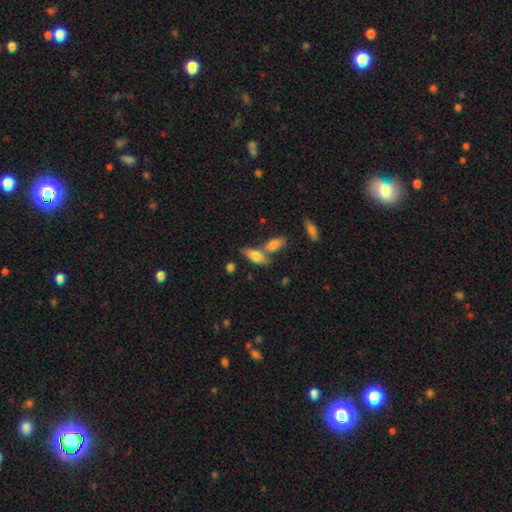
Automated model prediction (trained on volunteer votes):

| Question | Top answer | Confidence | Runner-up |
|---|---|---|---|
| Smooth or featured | smooth | 71% | featured or disk (22%) |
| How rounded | in between | 76% | cigar-shaped (21%) |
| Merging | none | 50% | merger (34%) |